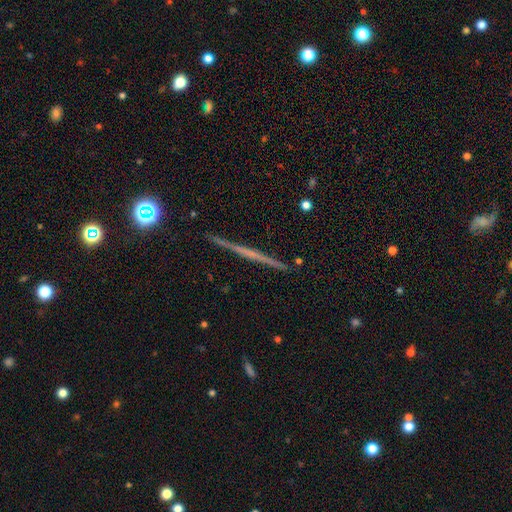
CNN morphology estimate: A featured or disk galaxy (71%) viewed edge-on (98%) with no central bulge (75%).

Vote fractions:
- Smooth or featured? featured or disk: 71% / smooth: 22% / star or artifact: 7%
- Edge-on disk? yes: 98% / no: 2%
- Edge-on bulge? none: 75% / rounded: 18% / boxy: 7%
- Merging? none: 92% / minor disturbance: 5% / major disturbance: 1% / merger: 1%